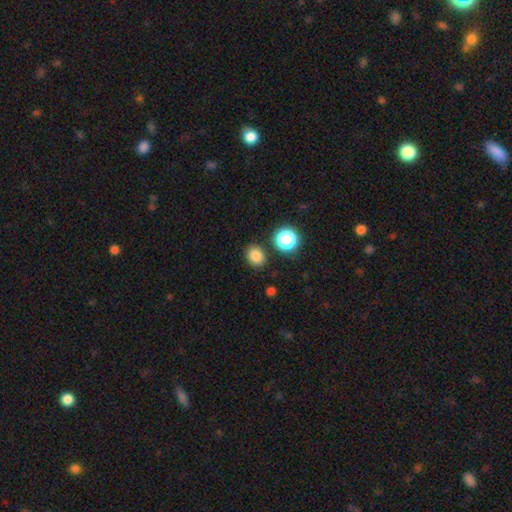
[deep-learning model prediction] smooth-or-featured: smooth: 82% | star or artifact: 14% | featured or disk: 5%
  how-rounded: round: 57% | in between: 43% | cigar-shaped: 1%
  merging: none: 84% | minor disturbance: 9% | merger: 4% | major disturbance: 3%